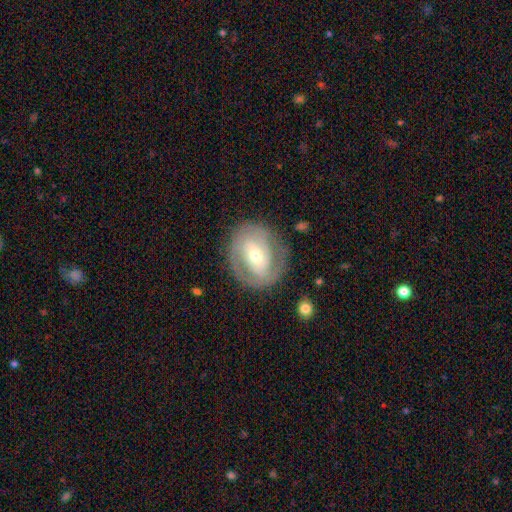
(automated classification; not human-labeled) Overall: featured or disk (74%). Edge-on disk: no (96%). Bar: no (39%, tied with weak). Spiral arms: yes (82%). Spiral arm count: 2 (65%). Spiral winding: tight (54%; medium 34%). Bulge size: moderate (51%; small 43%). Merging: none (80%).